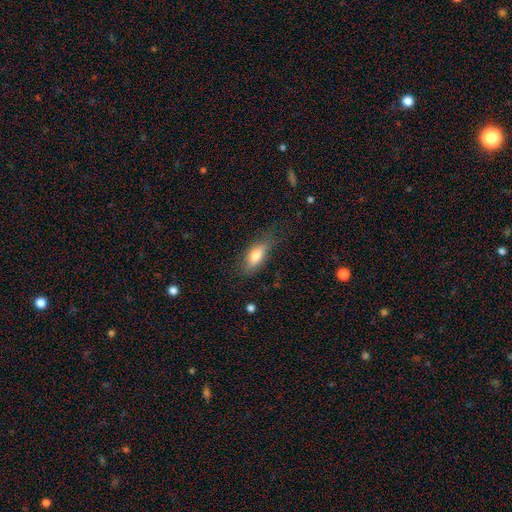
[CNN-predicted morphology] Q: Smooth or featured?
A: smooth (74%); runner-up: featured or disk (19%)
Q: How rounded?
A: in between (76%); runner-up: cigar-shaped (21%)
Q: Merging?
A: none (74%); runner-up: minor disturbance (19%)